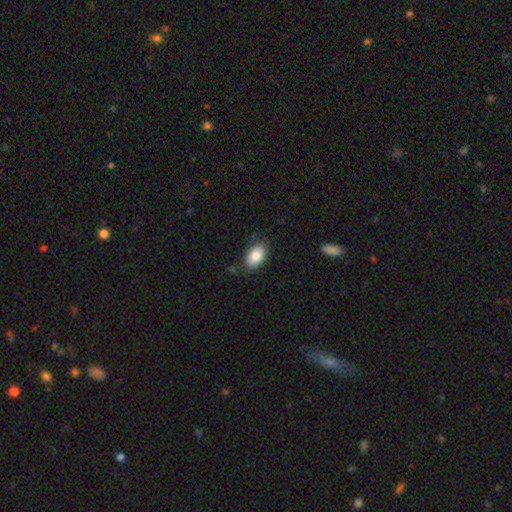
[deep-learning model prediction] The model was most divided on "merging": none: 82%, minor disturbance: 13%, major disturbance: 3%, merger: 2%. More confident: how rounded — in between (92%); smooth or featured — smooth (87%).